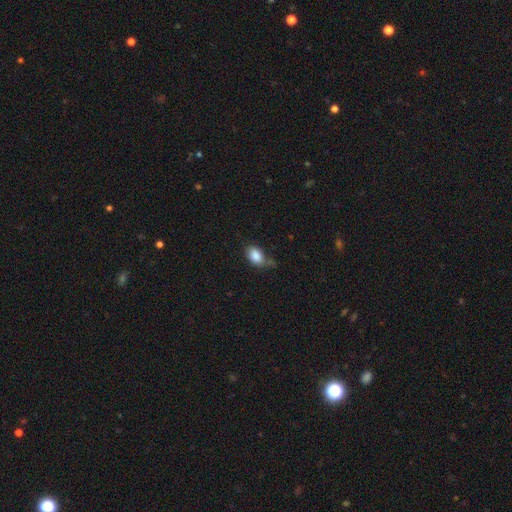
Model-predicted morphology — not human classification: A smooth galaxy with no disk features (86%) that is in between round and cigar-shaped (85%).

Vote fractions:
- Smooth or featured? smooth: 86% / star or artifact: 8% / featured or disk: 6%
- How rounded? in between: 85% / round: 13% / cigar-shaped: 2%
- Merging? none: 56% / minor disturbance: 29% / major disturbance: 8% / merger: 6%